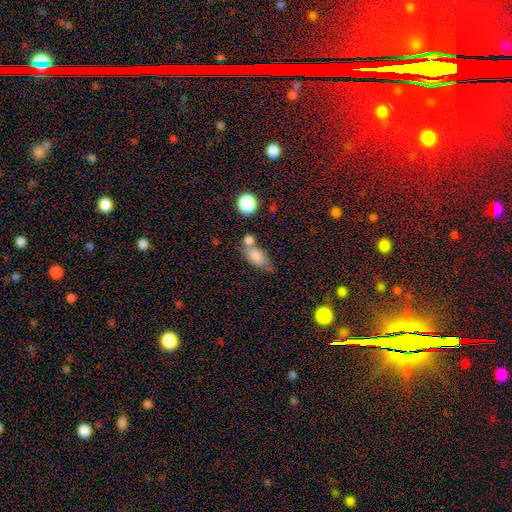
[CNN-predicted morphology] A smooth galaxy with no disk features (77%) that is in between round and cigar-shaped (78%).

Vote fractions:
- Smooth or featured? smooth: 77% / featured or disk: 13% / star or artifact: 10%
- How rounded? in between: 78% / round: 13% / cigar-shaped: 8%
- Merging? none: 39% / merger: 35% / minor disturbance: 18% / major disturbance: 8%